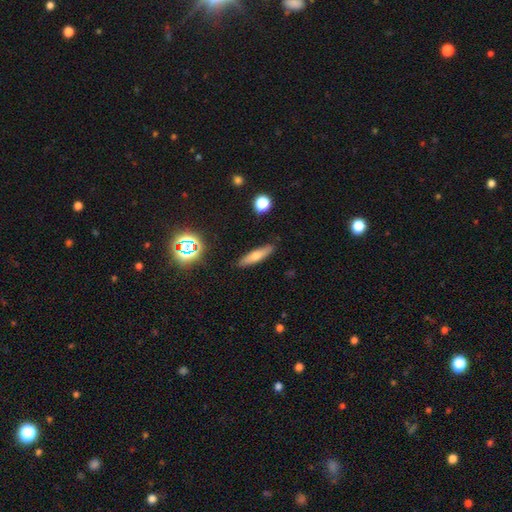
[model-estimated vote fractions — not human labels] Smooth or featured: smooth — 59% (featured or disk — 29%)
How rounded: cigar-shaped — 73% (in between — 23%)
Merging: none — 88% (minor disturbance — 8%)